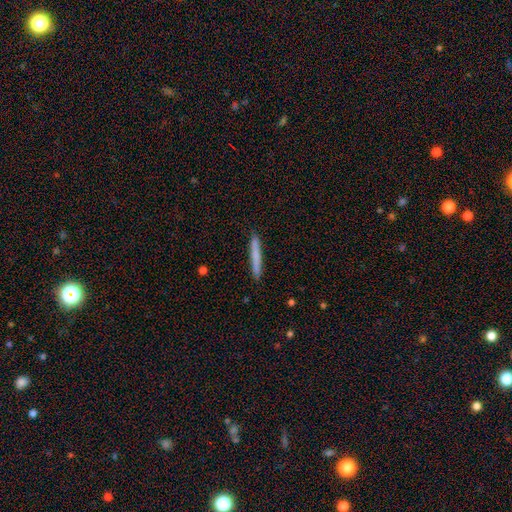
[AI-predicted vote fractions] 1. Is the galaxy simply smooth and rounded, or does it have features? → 72% smooth, 22% featured or disk, 6% star or artifact.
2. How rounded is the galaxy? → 96% cigar-shaped, 2% in between, 1% round.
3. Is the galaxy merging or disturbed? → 90% none, 7% minor disturbance, 1% major disturbance, 1% merger.